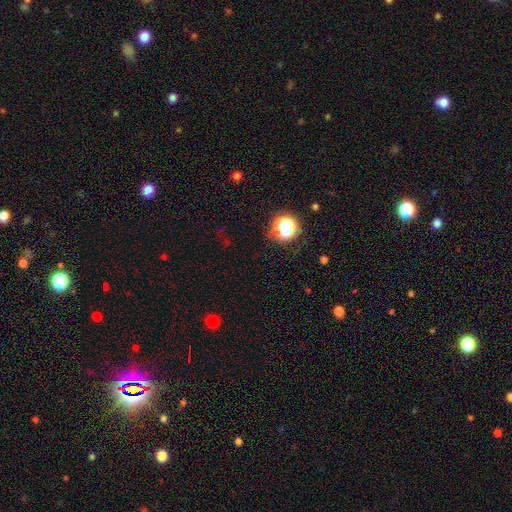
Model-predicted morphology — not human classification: The model was most divided on "smooth or featured": star or artifact: 57%, smooth: 34%, featured or disk: 8%.